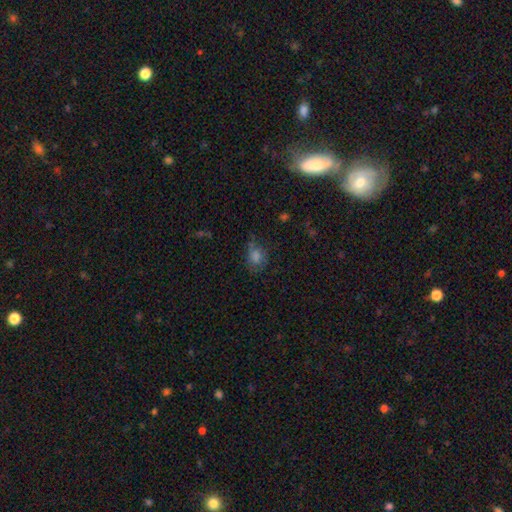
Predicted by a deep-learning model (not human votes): This is likely a smooth galaxy (63%). How rounded: possibly round (54%). Merging: likely none (63%).